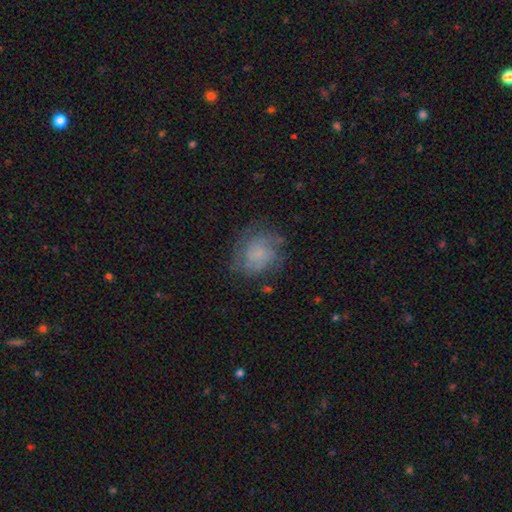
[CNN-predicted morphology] Overall: featured or disk (49%; smooth 41%). Merging: none (66%).